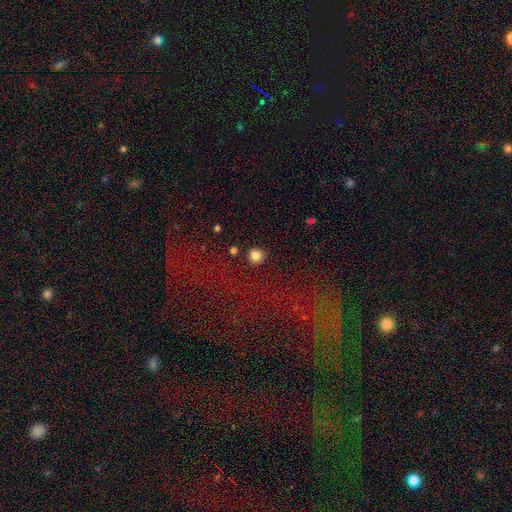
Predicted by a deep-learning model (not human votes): A smooth galaxy with no disk features (81%) that is round (90%).

Vote fractions:
- Smooth or featured? smooth: 81% / star or artifact: 13% / featured or disk: 7%
- How rounded? round: 90% / in between: 9% / cigar-shaped: 1%
- Merging? none: 86% / minor disturbance: 8% / merger: 4% / major disturbance: 3%